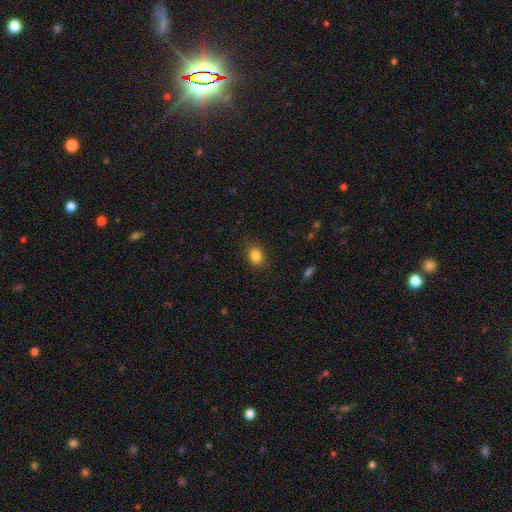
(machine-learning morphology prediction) smooth-or-featured: smooth: 83% | star or artifact: 11% | featured or disk: 6%
  how-rounded: round: 52% | in between: 47% | cigar-shaped: 1%
  merging: none: 86% | minor disturbance: 10% | major disturbance: 3% | merger: 1%